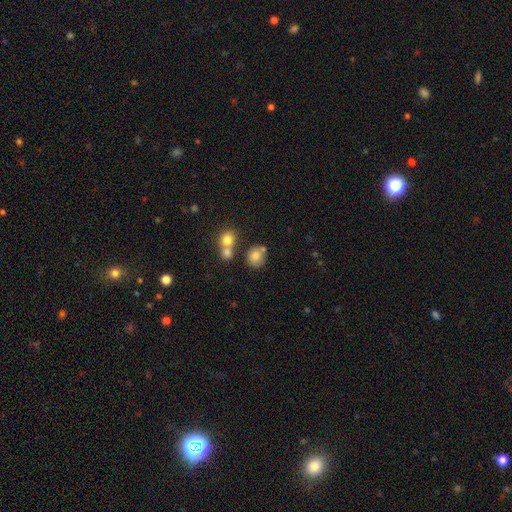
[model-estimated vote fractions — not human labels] Smooth or featured?
  - smooth: 78% *
  - star or artifact: 12%
  - featured or disk: 10%
How rounded?
  - round: 78% *
  - in between: 21%
  - cigar-shaped: 1%
Merging?
  - none: 60% *
  - merger: 24%
  - minor disturbance: 12%
  - major disturbance: 4%